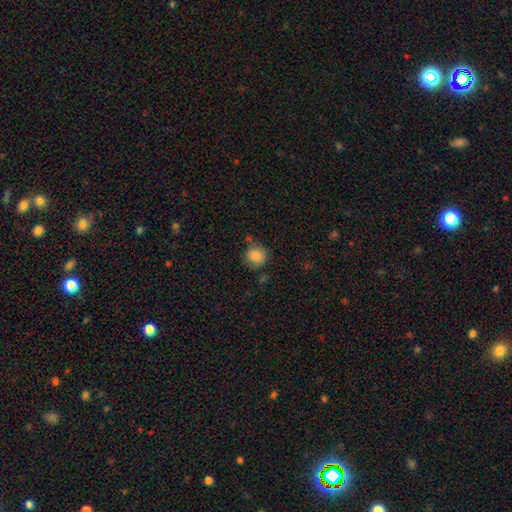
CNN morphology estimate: A smooth galaxy with no disk features (85%) that is round (87%). Merging: none (73%).